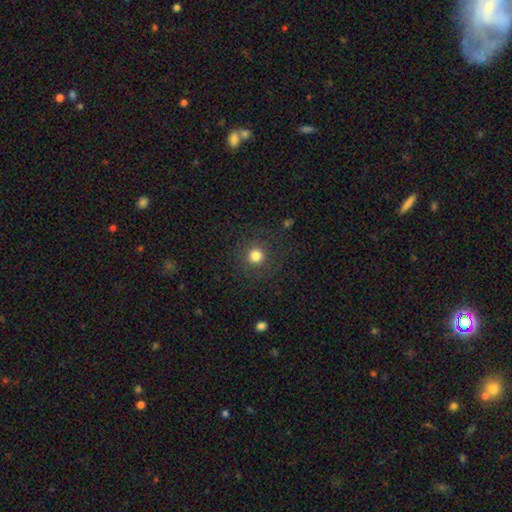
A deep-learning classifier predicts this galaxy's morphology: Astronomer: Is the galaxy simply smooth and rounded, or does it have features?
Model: smooth — 81%.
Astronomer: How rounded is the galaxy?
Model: round — 95%.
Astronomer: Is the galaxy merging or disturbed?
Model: none — 87%.